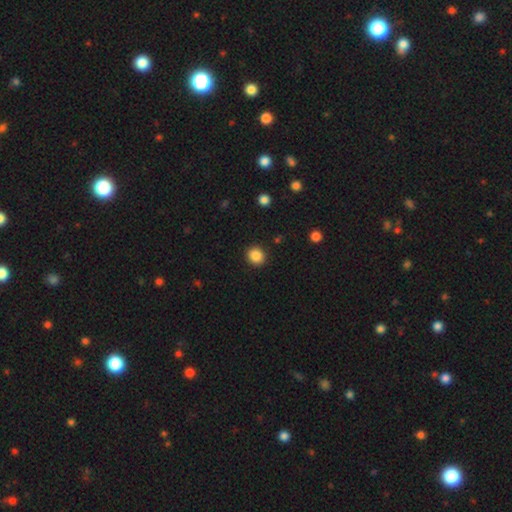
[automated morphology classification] The model was most divided on "how rounded": round: 82%, in between: 17%, cigar-shaped: 1%. More confident: merging — none (91%); smooth or featured — smooth (87%).